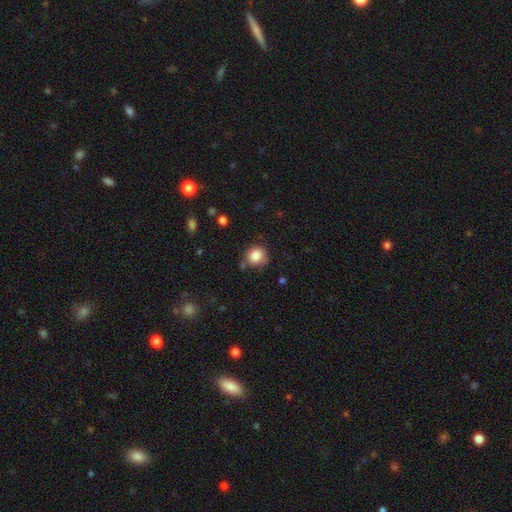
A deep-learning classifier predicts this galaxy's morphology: smooth 85%, star or artifact 10%, featured or disk 5%. Down the decision tree: how rounded — round (87%); merging — none (74%).